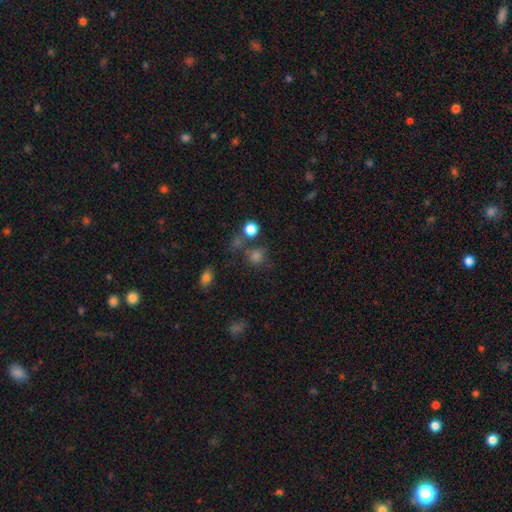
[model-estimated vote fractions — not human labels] smooth_or_featured: smooth (p=0.68) [alt: star or artifact p=0.25]
how_rounded: round (p=0.86) [alt: in between p=0.13]
merging: none (p=0.66) [alt: merger p=0.16]